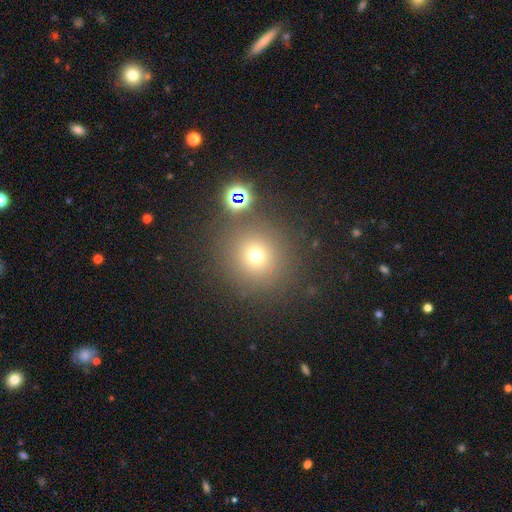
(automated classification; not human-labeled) Morphology: type=smooth (68%); roundness=round (92%); merging=none (81%).